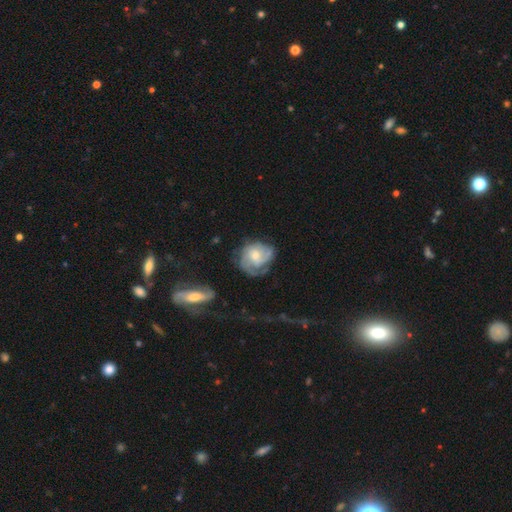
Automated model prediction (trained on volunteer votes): Morphology: type=featured or disk (70%); edge-on=no (97%); bar=no (67%); spiral arms=yes (87%); winding=tight (49%); arm count=can't tell (33%); bulge=moderate (47%); merging=none (55%).